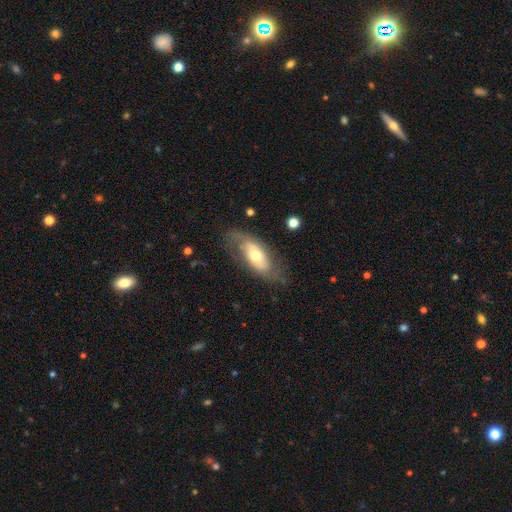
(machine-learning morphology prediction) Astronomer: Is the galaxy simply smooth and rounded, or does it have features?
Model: featured or disk — 55% (runner-up: smooth, 38%).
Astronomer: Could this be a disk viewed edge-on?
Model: no — 83%.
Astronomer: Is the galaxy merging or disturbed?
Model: none — 65%.